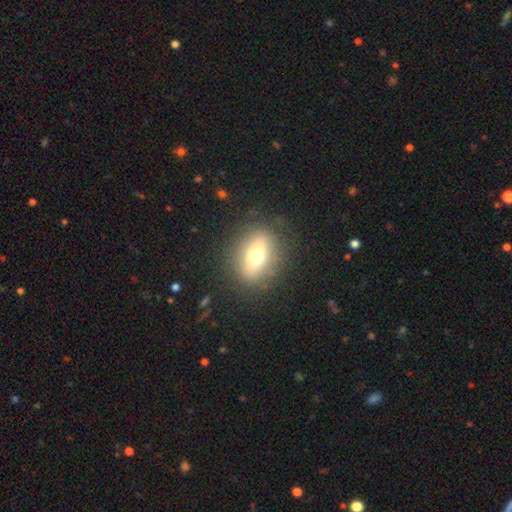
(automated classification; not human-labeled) The model was most divided on "how rounded": in between: 57%, round: 39%, cigar-shaped: 4%. More confident: merging — none (81%); smooth or featured — smooth (59%).